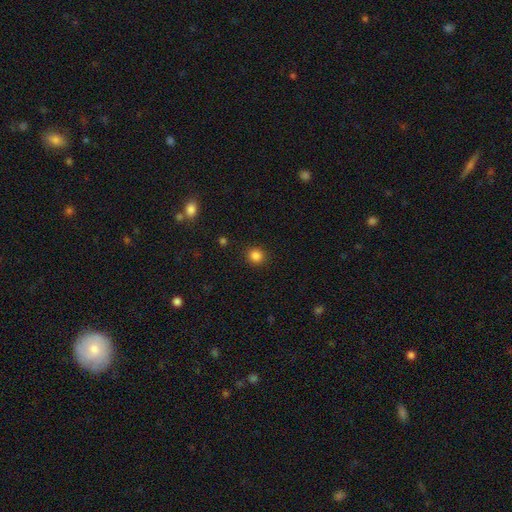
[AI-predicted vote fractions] smooth 84%, star or artifact 12%, featured or disk 4%. Down the decision tree: how rounded — round (88%); merging — none (91%).